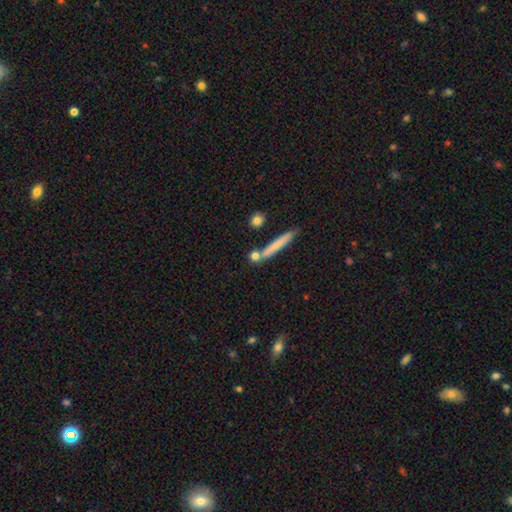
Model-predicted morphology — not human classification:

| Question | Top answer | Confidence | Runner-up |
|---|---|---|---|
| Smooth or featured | smooth | 72% | featured or disk (18%) |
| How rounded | round | 45% | cigar-shaped (41%) |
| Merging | none | 68% | merger (19%) |